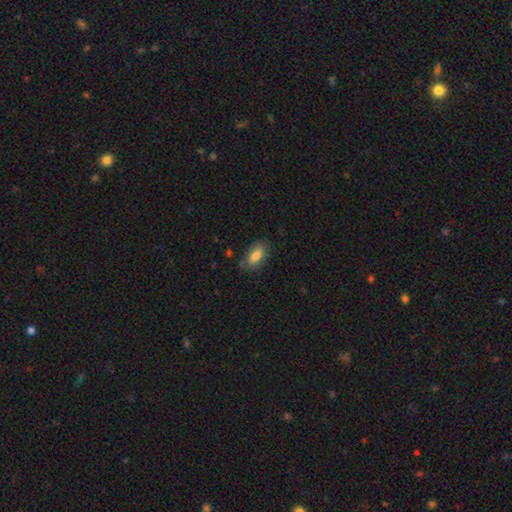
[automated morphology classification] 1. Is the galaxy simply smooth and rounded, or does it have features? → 78% smooth, 14% featured or disk, 7% star or artifact.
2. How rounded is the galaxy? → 86% in between, 10% cigar-shaped, 3% round.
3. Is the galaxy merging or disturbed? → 73% none, 20% minor disturbance, 5% major disturbance, 2% merger.